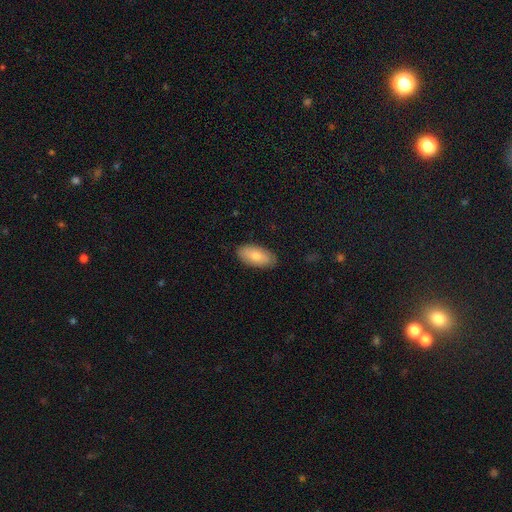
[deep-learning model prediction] This is likely a smooth galaxy (79%). How rounded: clearly in between (92%). Merging: clearly none (86%).